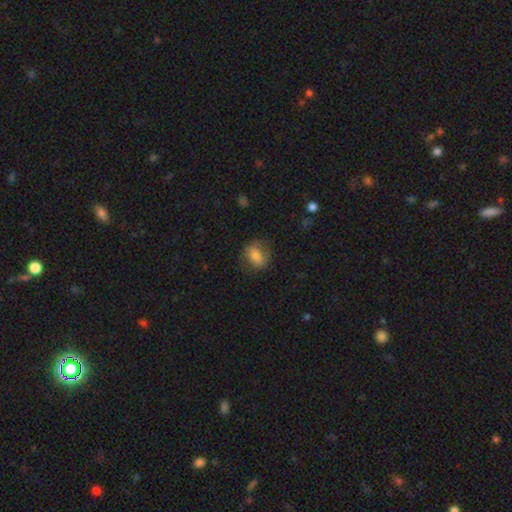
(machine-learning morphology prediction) This is likely a smooth galaxy (74%). How rounded: likely in between (65%). Merging: likely none (67%).